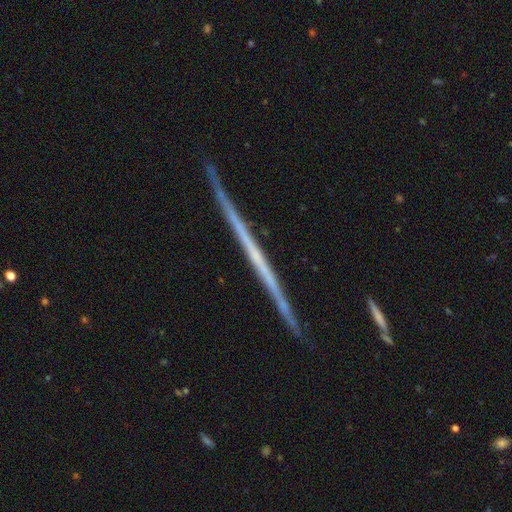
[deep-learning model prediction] Morphology: type=featured or disk (74%); edge-on=yes (98%); edge-on bulge=none (87%); merging=none (88%).